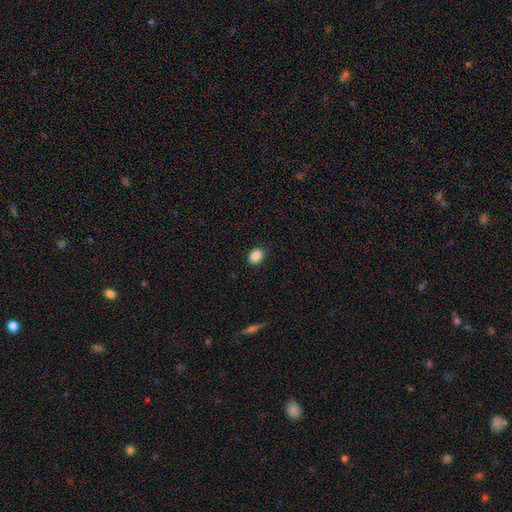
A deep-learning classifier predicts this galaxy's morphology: This is clearly a smooth galaxy (88%). How rounded: likely in between (61%). Merging: clearly none (86%).